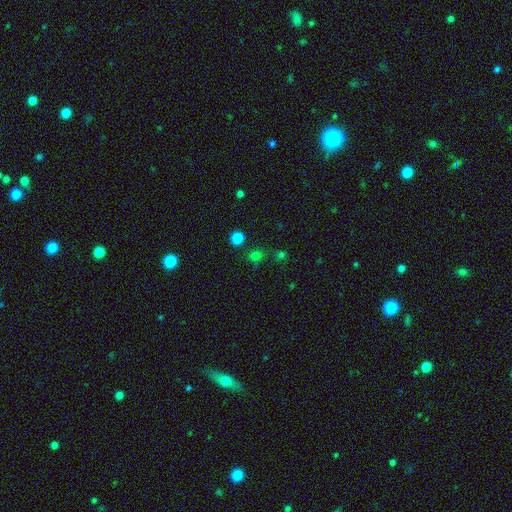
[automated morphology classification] smooth 71%, star or artifact 24%, featured or disk 5%. Down the decision tree: how rounded — round (87%); merging — none (79%).